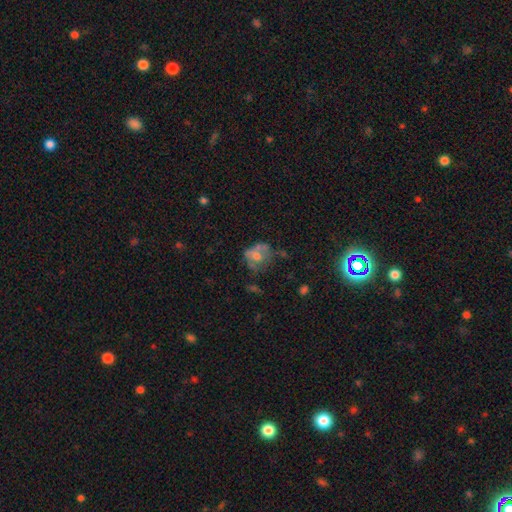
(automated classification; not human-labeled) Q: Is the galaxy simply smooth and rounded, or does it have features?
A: smooth — 50%.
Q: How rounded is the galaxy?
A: round — 58%.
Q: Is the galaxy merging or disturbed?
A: none — 34%.